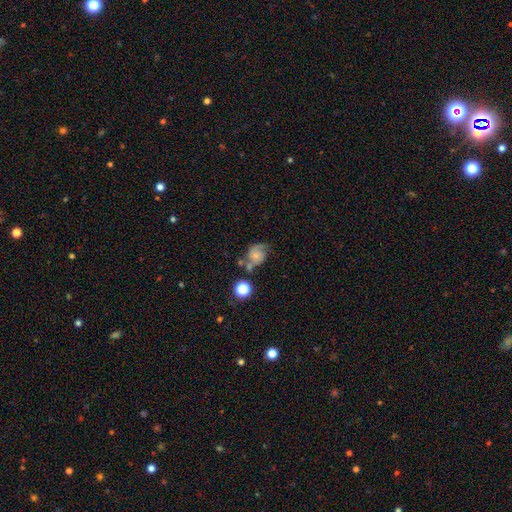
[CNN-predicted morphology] A featured or disk galaxy (52%) with no bar (76%), spiral arms (83%) and a small central bulge (57%). Merging: none (42%).